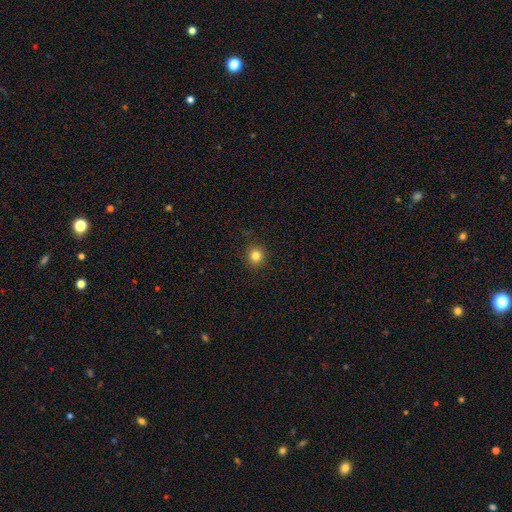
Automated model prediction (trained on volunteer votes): Smooth or featured: smooth — 82% (star or artifact — 13%)
How rounded: round — 91% (in between — 8%)
Merging: none — 91% (minor disturbance — 6%)